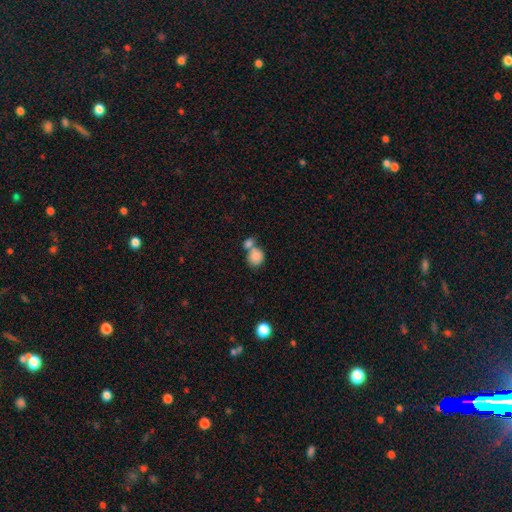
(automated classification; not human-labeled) Smooth or featured? smooth (83%)
How rounded? round (70%)
Merging? merger (53%)